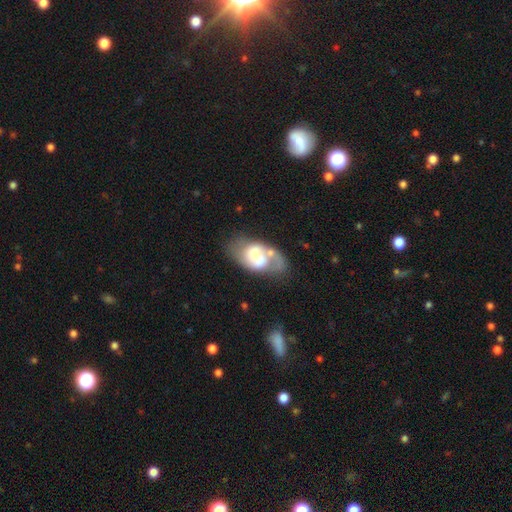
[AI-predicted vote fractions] Overall: featured or disk (64%; smooth 29%). Edge-on disk: no (95%). Bar: no (47%; weak 39%). Spiral arms: yes (75%). Bulge size: moderate (45%; small 36%). Merging: none (47%; minor disturbance 21%).